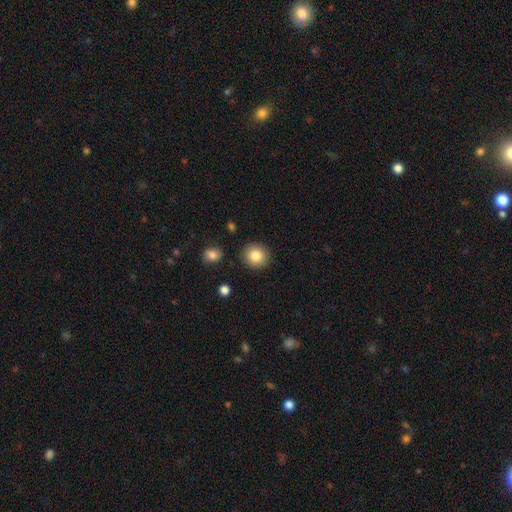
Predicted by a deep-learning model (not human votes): Smooth or featured? smooth (84%)
How rounded? round (86%)
Merging? none (89%)